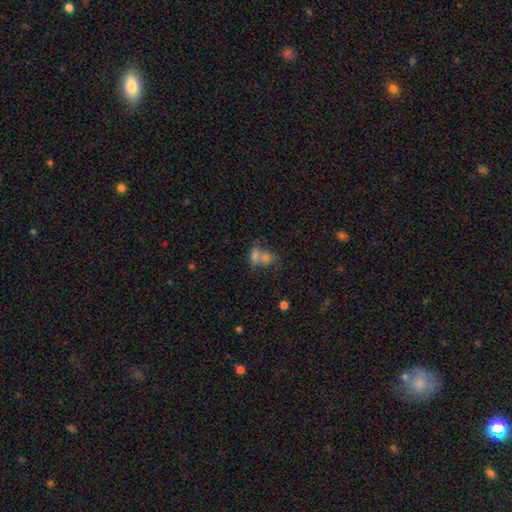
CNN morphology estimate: The model was most divided on "merging": merger: 64%, none: 21%, minor disturbance: 8%, major disturbance: 7%. More confident: how rounded — in between (75%); smooth or featured — smooth (70%).